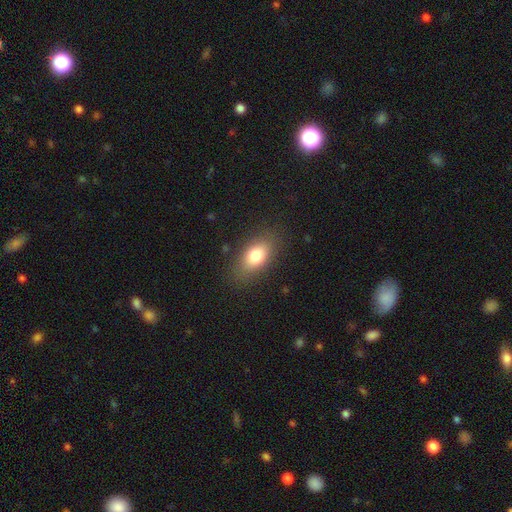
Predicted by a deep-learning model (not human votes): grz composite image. It shows a smooth galaxy with no disk features (77%) that is in between round and cigar-shaped (85%). Merging: none (83%).